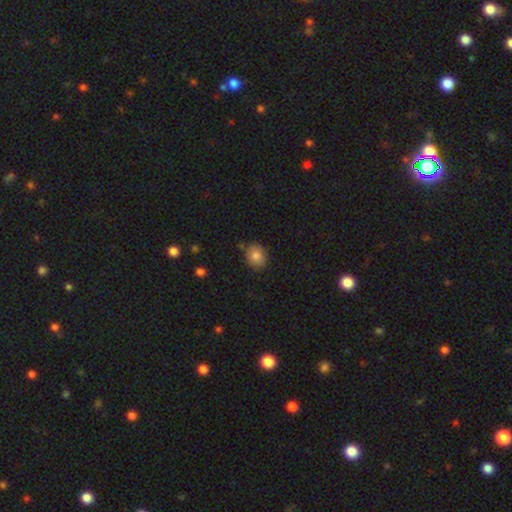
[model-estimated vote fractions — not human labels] Overall: smooth (80%). How rounded: round (67%; in between 32%). Merging: none (79%).